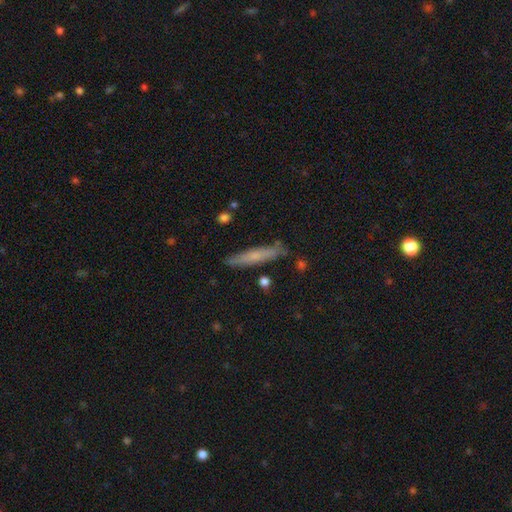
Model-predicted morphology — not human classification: A smooth galaxy with no disk features (60%) that is cigar-shaped (92%).

Vote fractions:
- Smooth or featured? smooth: 60% / featured or disk: 33% / star or artifact: 6%
- How rounded? cigar-shaped: 92% / in between: 7% / round: 2%
- Merging? none: 85% / minor disturbance: 11% / merger: 2% / major disturbance: 2%